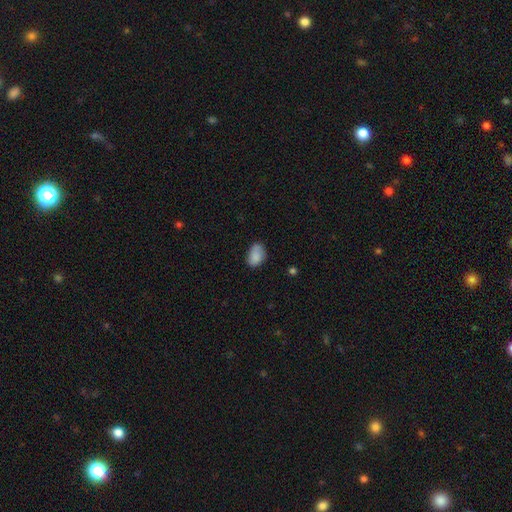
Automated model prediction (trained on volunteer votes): A smooth galaxy with no disk features (82%) that is in between round and cigar-shaped (83%). Merging: none (64%).